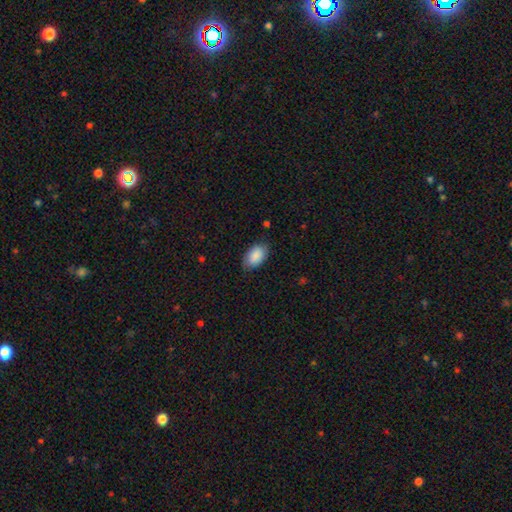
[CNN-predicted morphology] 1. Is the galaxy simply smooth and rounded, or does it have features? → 89% smooth, 6% star or artifact, 5% featured or disk.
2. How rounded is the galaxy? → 93% in between, 5% round, 1% cigar-shaped.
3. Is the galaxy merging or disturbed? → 82% none, 14% minor disturbance, 3% major disturbance, 1% merger.